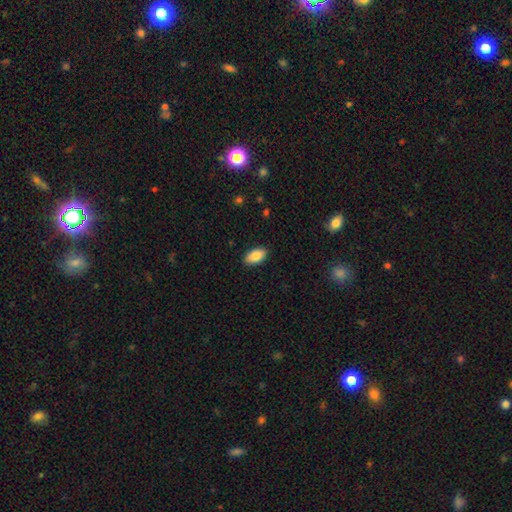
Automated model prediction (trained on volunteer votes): Q: Smooth or featured?
A: smooth (84%); runner-up: featured or disk (9%)
Q: How rounded?
A: in between (94%); runner-up: round (4%)
Q: Merging?
A: none (89%); runner-up: minor disturbance (8%)